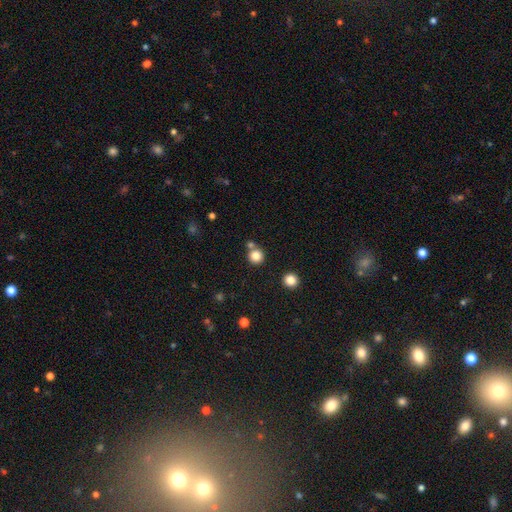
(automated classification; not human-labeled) This appears to be a smooth galaxy with no disk features (82%) that is round (94%). Merging: none (71%).